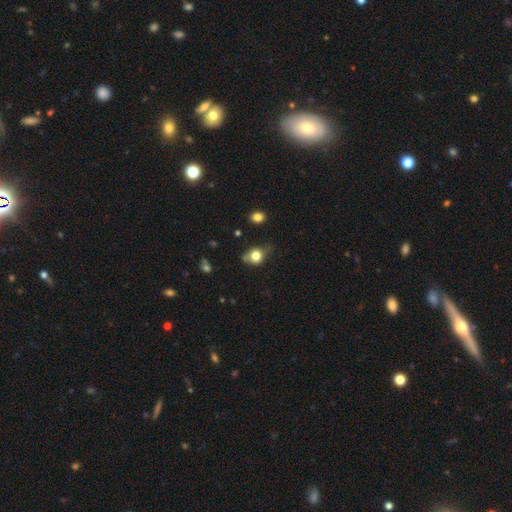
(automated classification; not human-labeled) Smooth or featured?
  - smooth: 73% *
  - featured or disk: 16%
  - star or artifact: 11%
How rounded?
  - round: 57% *
  - in between: 41%
  - cigar-shaped: 2%
Merging?
  - none: 46% *
  - minor disturbance: 35%
  - major disturbance: 15%
  - merger: 5%